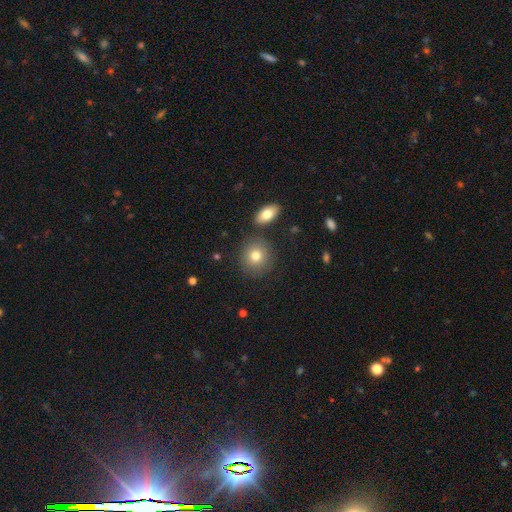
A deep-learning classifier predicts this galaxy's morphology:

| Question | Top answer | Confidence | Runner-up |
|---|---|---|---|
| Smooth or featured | smooth | 78% | featured or disk (11%) |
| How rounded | round | 82% | in between (17%) |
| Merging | none | 81% | minor disturbance (9%) |